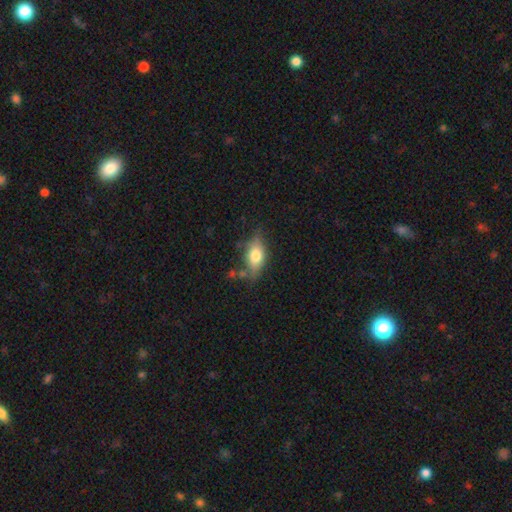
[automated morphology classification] Smooth or featured? Predicted: smooth (p=0.62). How rounded? Predicted: in between (p=0.80). Merging? Predicted: none (p=0.67).